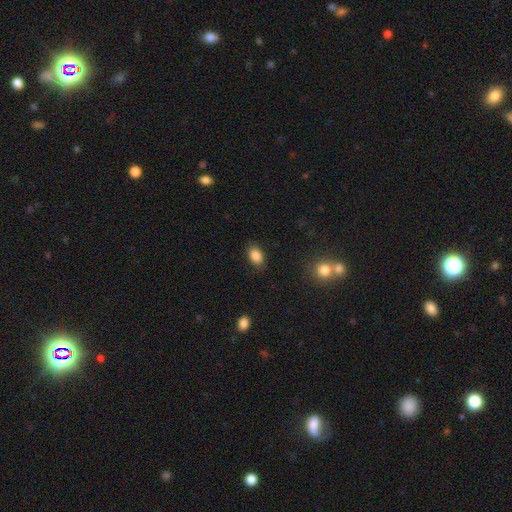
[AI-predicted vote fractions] Smooth or featured: smooth — 86% (star or artifact — 9%)
How rounded: in between — 86% (round — 13%)
Merging: none — 85% (minor disturbance — 11%)